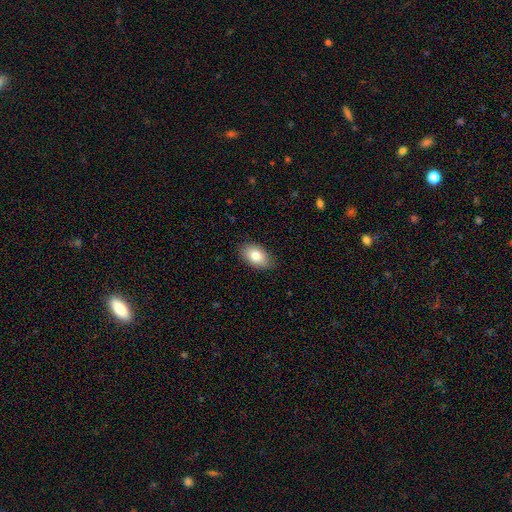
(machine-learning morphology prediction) Smooth or featured: smooth — 81% (featured or disk — 12%)
How rounded: in between — 92% (round — 6%)
Merging: none — 86% (minor disturbance — 11%)